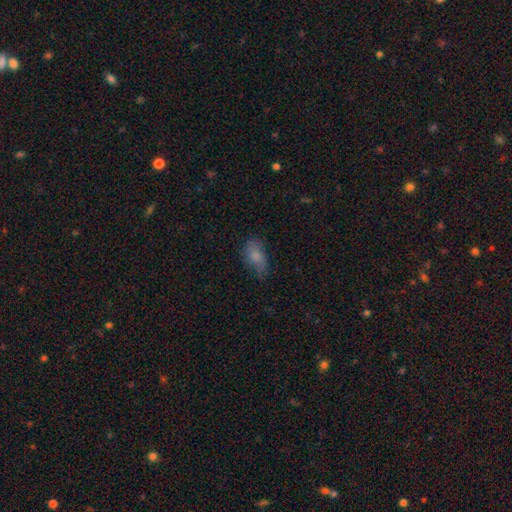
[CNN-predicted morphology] type=smooth (78%); roundness=in between (90%); merging=none (58%).